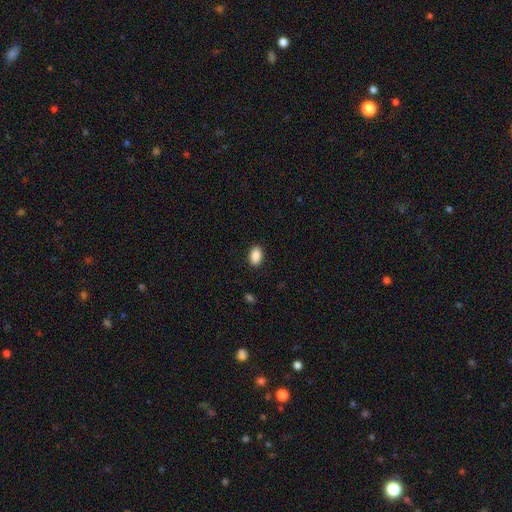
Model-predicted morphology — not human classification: This is clearly a smooth galaxy (90%). How rounded: clearly in between (88%). Merging: clearly none (89%).